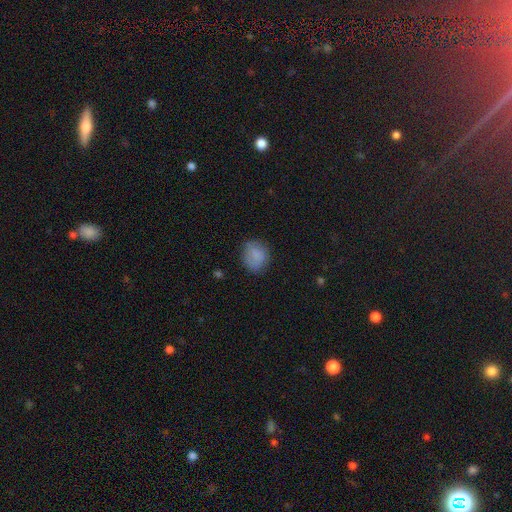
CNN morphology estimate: The model was most divided on "how rounded": round: 61%, in between: 38%, cigar-shaped: 1%. More confident: smooth or featured — smooth (80%); merging — none (73%).